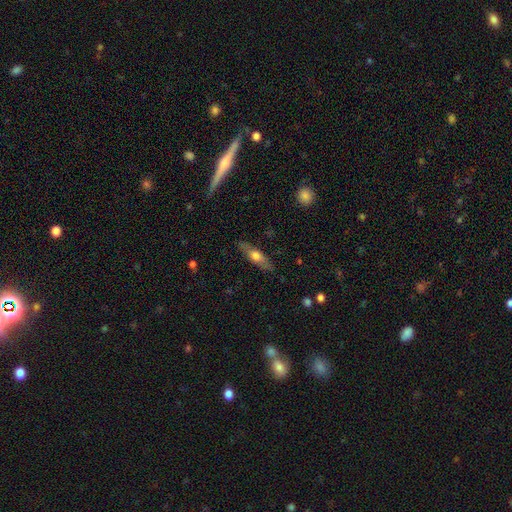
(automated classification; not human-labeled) The model was most divided on "smooth or featured": smooth: 50%, featured or disk: 44%, star or artifact: 6%. More confident: merging — none (84%); how rounded — cigar-shaped (64%).